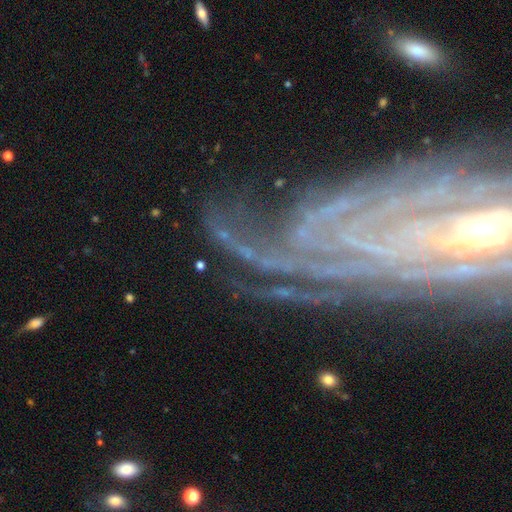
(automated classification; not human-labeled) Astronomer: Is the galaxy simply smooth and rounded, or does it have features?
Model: featured or disk — 78%.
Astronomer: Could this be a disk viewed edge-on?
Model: no — 90%.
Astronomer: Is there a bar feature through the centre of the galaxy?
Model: no — 51%.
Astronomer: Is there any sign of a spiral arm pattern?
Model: yes — 94%.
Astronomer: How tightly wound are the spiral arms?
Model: tight — 65%.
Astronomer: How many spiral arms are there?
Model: can't tell — 25% (runner-up: 2, 18%).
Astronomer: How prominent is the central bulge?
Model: small — 61%.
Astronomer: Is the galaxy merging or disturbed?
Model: none — 67%.